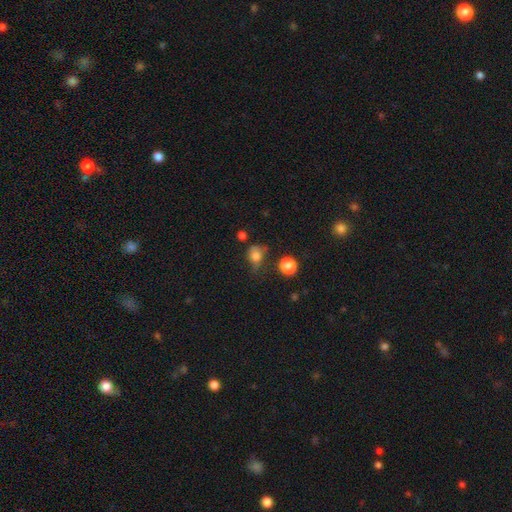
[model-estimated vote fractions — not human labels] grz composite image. It shows a smooth galaxy with no disk features (72%) that is round (56%). Merging: none (40%).